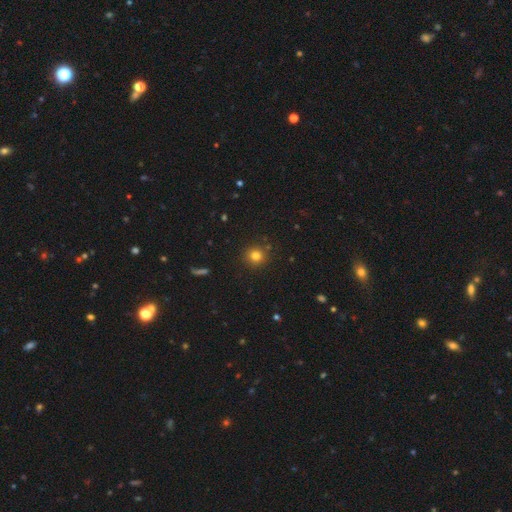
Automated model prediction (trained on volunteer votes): This appears to be a smooth galaxy with no disk features (79%) that is round (92%). Merging: none (89%).